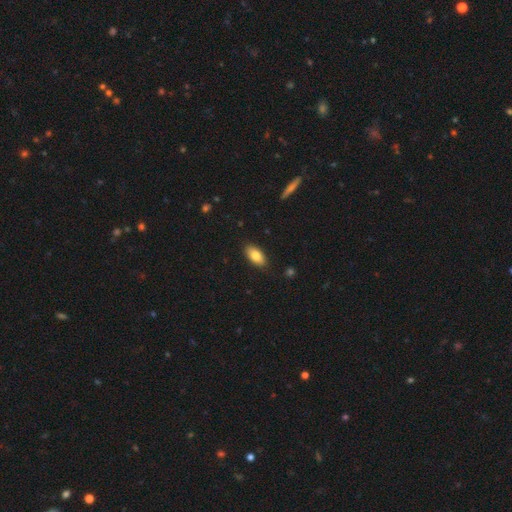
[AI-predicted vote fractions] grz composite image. It shows a smooth galaxy with no disk features (82%) that is in between round and cigar-shaped (89%). Merging: none (87%).